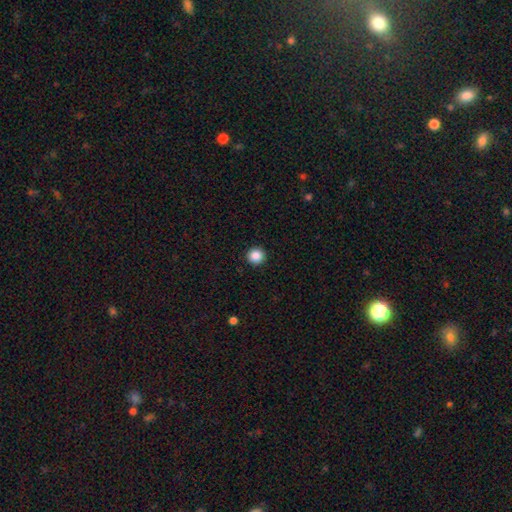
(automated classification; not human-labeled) A smooth galaxy with no disk features (87%) that is round (95%).

Vote fractions:
- Smooth or featured? smooth: 87% / star or artifact: 10% / featured or disk: 3%
- How rounded? round: 95% / in between: 4% / cigar-shaped: 1%
- Merging? none: 93% / minor disturbance: 4% / major disturbance: 1% / merger: 1%